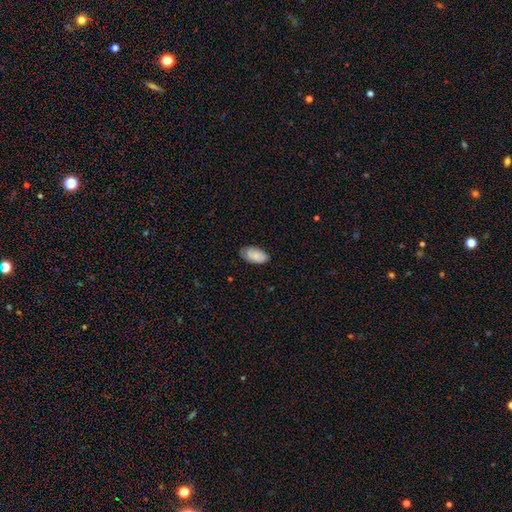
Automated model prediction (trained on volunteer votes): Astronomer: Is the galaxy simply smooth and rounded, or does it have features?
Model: smooth — 77%.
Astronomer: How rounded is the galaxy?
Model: in between — 95%.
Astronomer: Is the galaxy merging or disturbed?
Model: none — 73%.